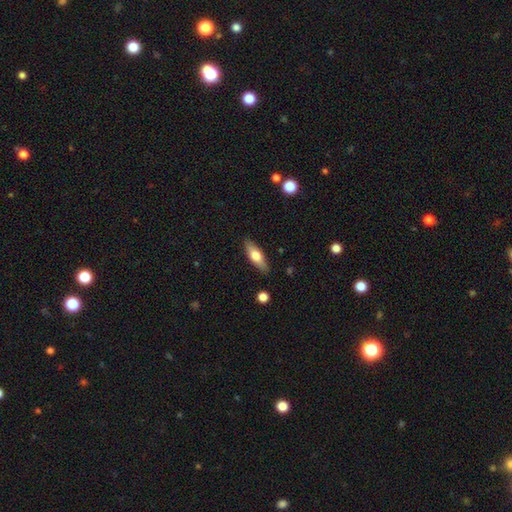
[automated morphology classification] type=smooth (60%); roundness=in between (52%); merging=none (87%).